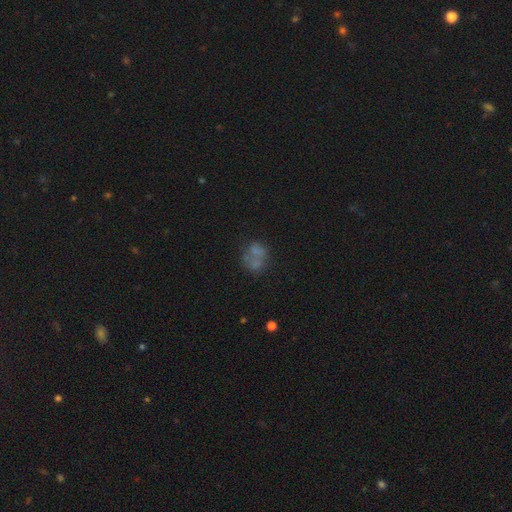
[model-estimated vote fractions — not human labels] The model was most divided on "merging": none: 41%, merger: 33%, minor disturbance: 15%, major disturbance: 11%. More confident: how rounded — round (61%); smooth or featured — smooth (52%).